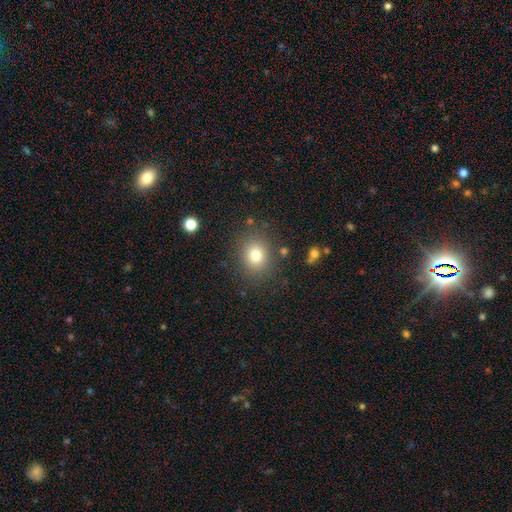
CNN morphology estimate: type=smooth (78%); roundness=round (67%); merging=none (83%).